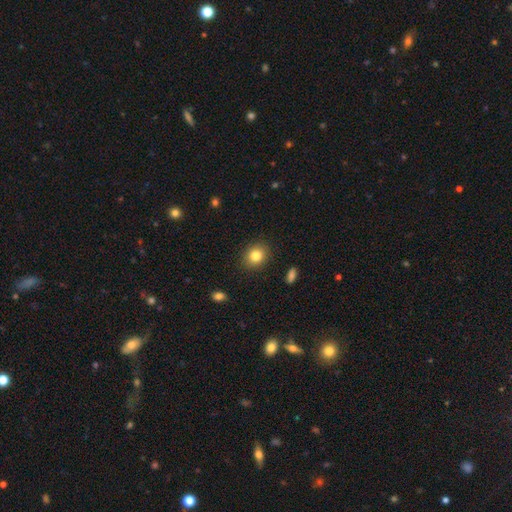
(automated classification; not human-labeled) This appears to be a smooth galaxy with no disk features (82%) that is round (65%). Merging: none (89%).